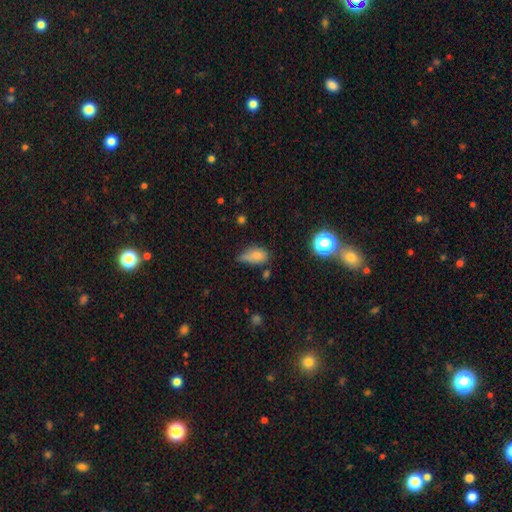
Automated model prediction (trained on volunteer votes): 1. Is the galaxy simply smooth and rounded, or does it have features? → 76% smooth, 13% star or artifact, 12% featured or disk.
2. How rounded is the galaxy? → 83% in between, 12% round, 5% cigar-shaped.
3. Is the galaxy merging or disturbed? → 41% minor disturbance, 32% none, 18% major disturbance, 9% merger.